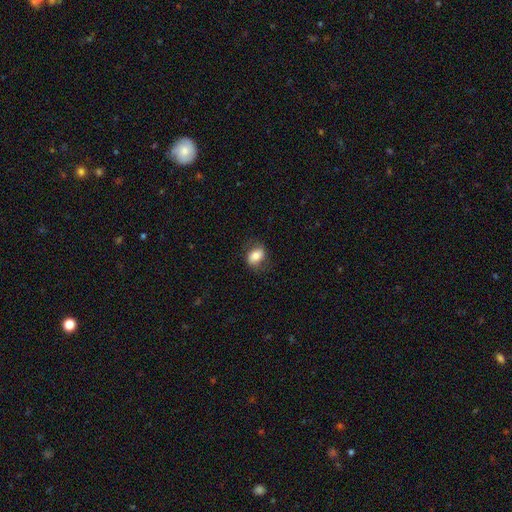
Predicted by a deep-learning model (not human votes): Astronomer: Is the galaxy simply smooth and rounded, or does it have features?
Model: smooth — 74%.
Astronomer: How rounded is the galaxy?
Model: in between — 80%.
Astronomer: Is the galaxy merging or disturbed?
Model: none — 73%.